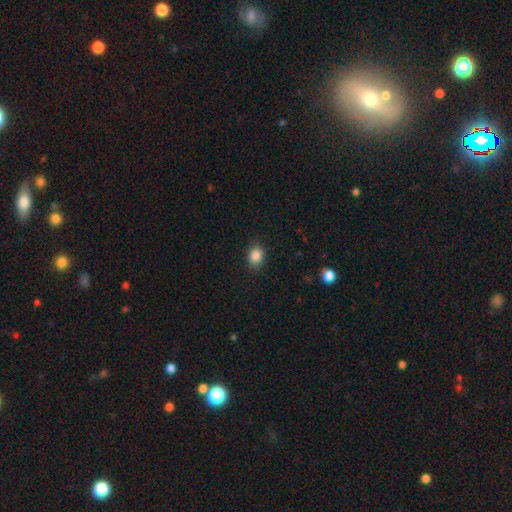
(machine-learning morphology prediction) type=smooth (87%); roundness=round (54%); merging=none (85%).